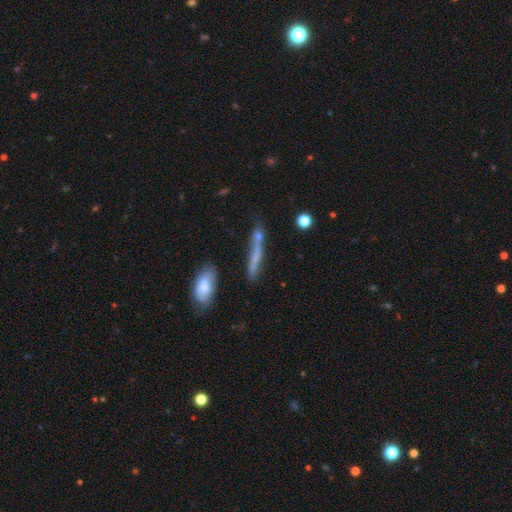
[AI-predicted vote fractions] The model was most divided on "smooth or featured": smooth: 52%, featured or disk: 35%, star or artifact: 13%. More confident: how rounded — cigar-shaped (86%); merging — none (55%).